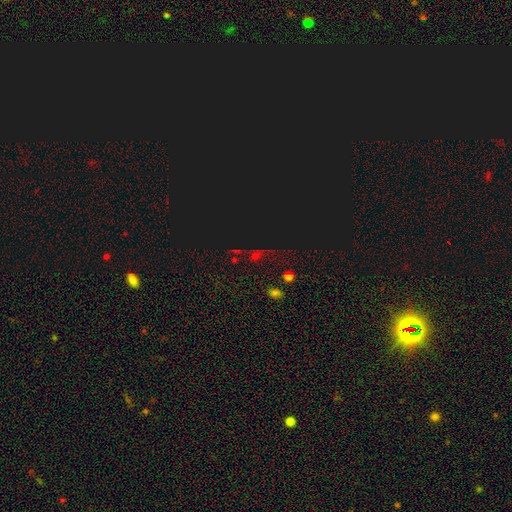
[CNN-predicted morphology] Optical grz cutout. It shows a star or artifact, not a galaxy (72%).